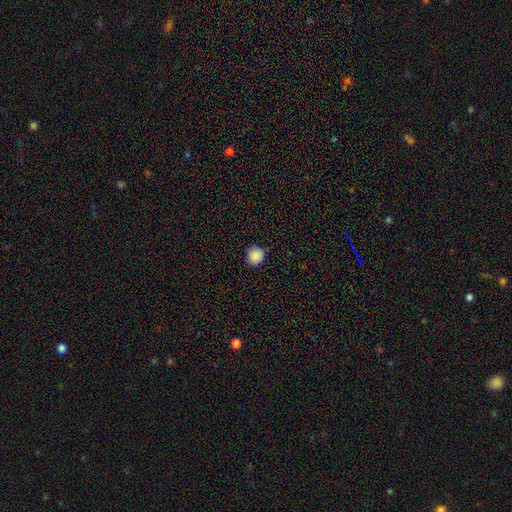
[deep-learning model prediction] Smooth or featured? Predicted: smooth (p=0.88). How rounded? Predicted: round (p=0.94). Merging? Predicted: none (p=0.91).